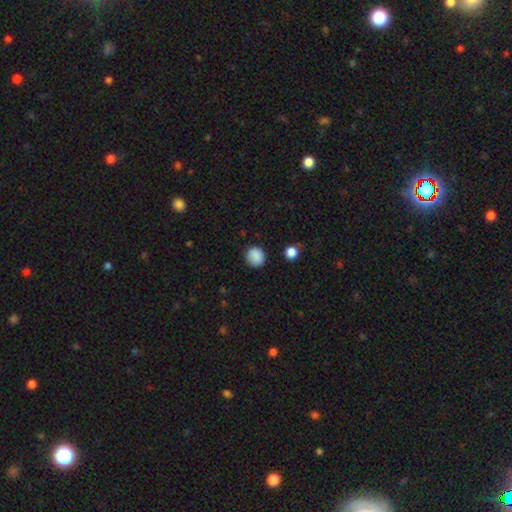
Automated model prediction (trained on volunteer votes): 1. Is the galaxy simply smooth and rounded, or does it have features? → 88% smooth, 9% star or artifact, 3% featured or disk.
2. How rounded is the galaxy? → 84% round, 15% in between, 1% cigar-shaped.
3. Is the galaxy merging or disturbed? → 86% none, 10% minor disturbance, 3% major disturbance, 2% merger.